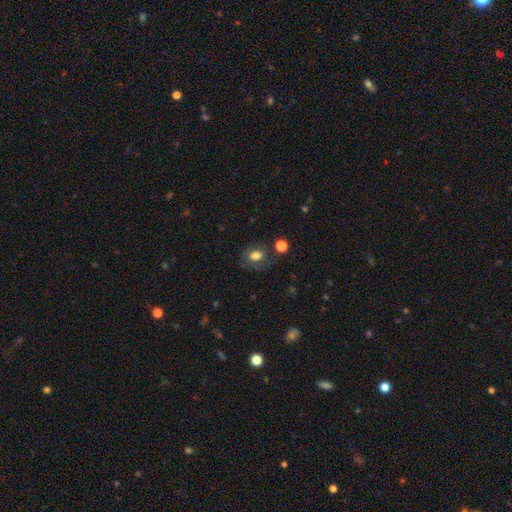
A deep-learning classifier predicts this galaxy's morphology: type=smooth (74%); roundness=in between (61%); merging=none (66%).